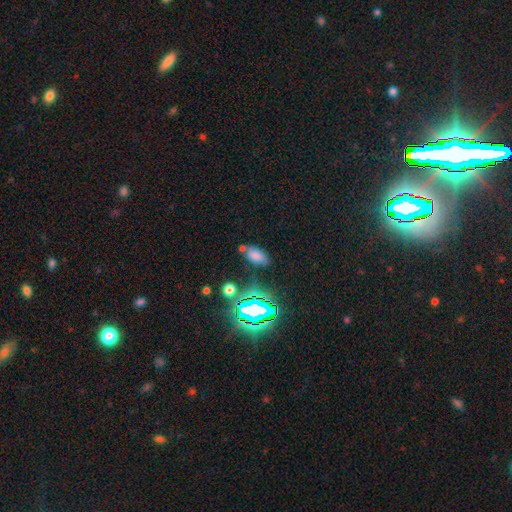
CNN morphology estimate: Smooth or featured?
  - smooth: 64% *
  - star or artifact: 25%
  - featured or disk: 11%
How rounded?
  - in between: 90% *
  - round: 6%
  - cigar-shaped: 4%
Merging?
  - none: 66% *
  - minor disturbance: 18%
  - merger: 9%
  - major disturbance: 6%